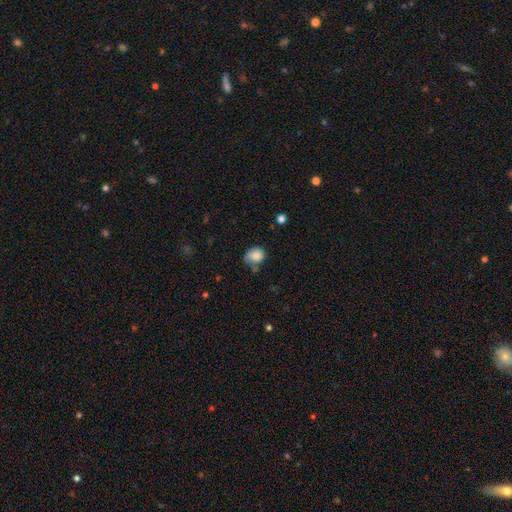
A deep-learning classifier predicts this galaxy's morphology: Smooth or featured?
  - smooth: 83% *
  - star or artifact: 9%
  - featured or disk: 8%
How rounded?
  - round: 60% *
  - in between: 39%
  - cigar-shaped: 1%
Merging?
  - none: 49% *
  - minor disturbance: 33%
  - major disturbance: 11%
  - merger: 8%